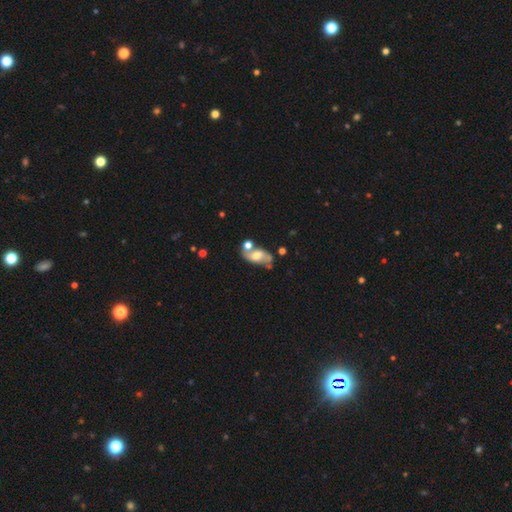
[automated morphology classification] featured or disk 57%, smooth 35%, star or artifact 8%. Down the decision tree: edge-on disk — no (92%); bar — no (56%); spiral arms — yes (70%); bulge size — moderate (64%); merging — none (49%).